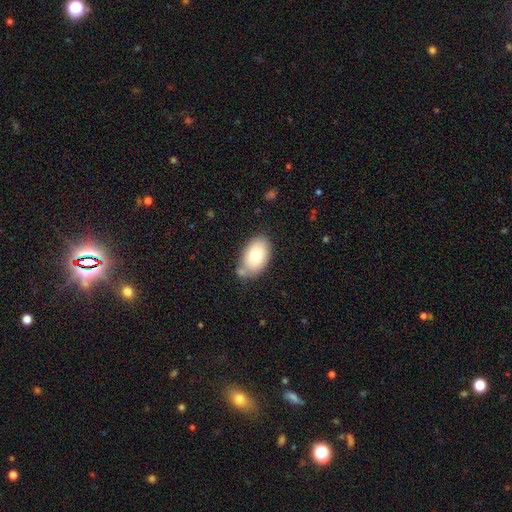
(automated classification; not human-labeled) A smooth galaxy with no disk features (74%) that is in between round and cigar-shaped (90%). Merging: none (65%).